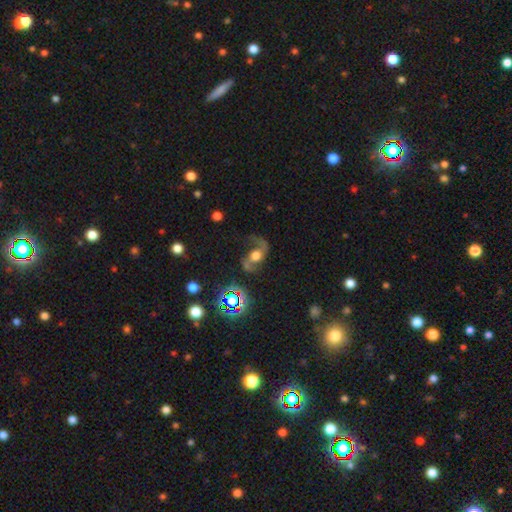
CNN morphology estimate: featured or disk 76%, smooth 13%, star or artifact 10%. Down the decision tree: edge-on disk — no (96%); bar — no (60%); spiral arms — yes (92%); spiral arm count — 2 (90%); spiral winding — loose (70%); bulge size — large (42%); merging — none (58%).